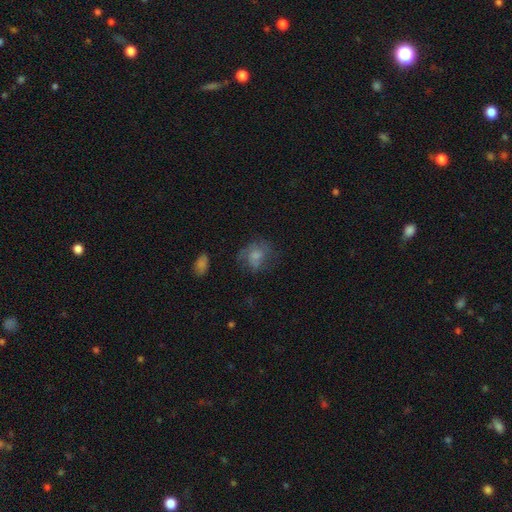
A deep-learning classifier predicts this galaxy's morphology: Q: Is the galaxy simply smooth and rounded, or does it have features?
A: smooth — 56%.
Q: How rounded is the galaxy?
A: round — 58%.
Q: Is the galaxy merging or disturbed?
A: none — 48%.